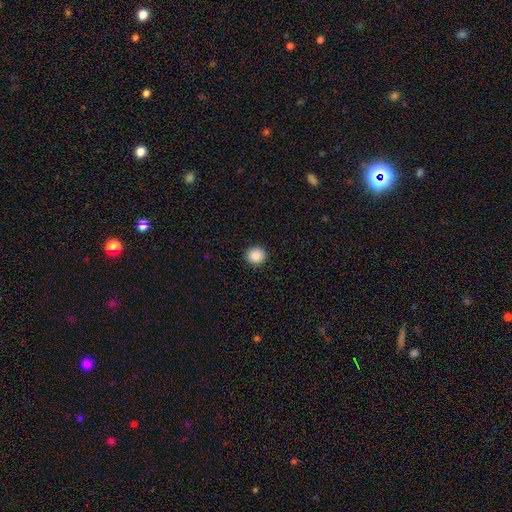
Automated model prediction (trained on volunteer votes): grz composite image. It shows a smooth galaxy with no disk features (89%) that is round (92%). Merging: none (92%).